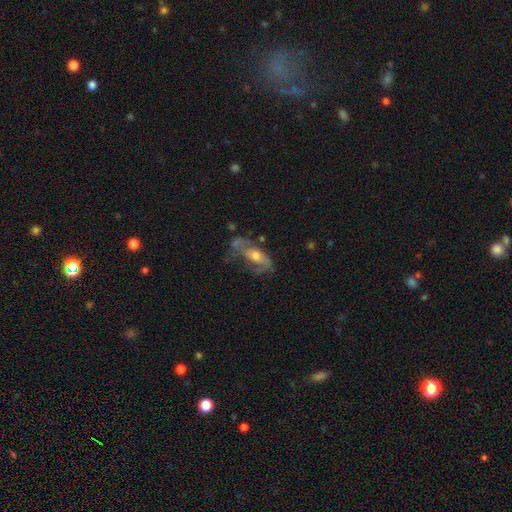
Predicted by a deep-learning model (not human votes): smooth_or_featured: featured or disk (p=0.60) [alt: smooth p=0.32]
disk_edge_on: no (p=0.85) [alt: yes p=0.15]
bar: no (p=0.69) [alt: weak p=0.24]
has_spiral_arms: yes (p=0.60) [alt: no p=0.40]
bulge_size: moderate (p=0.60) [alt: small p=0.29]
merging: major disturbance (p=0.38) [alt: none p=0.30]